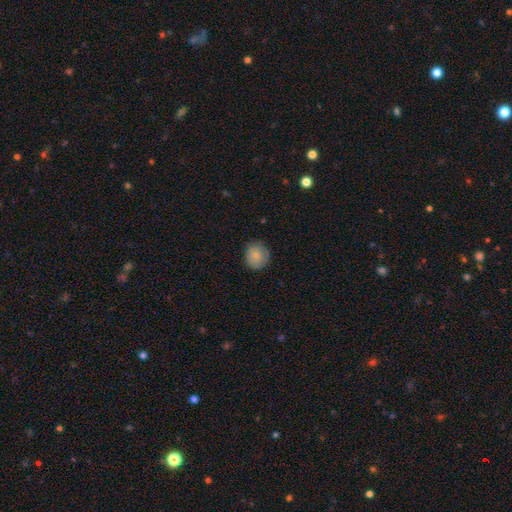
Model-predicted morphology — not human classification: Overall: smooth (83%). How rounded: round (80%). Merging: none (82%).